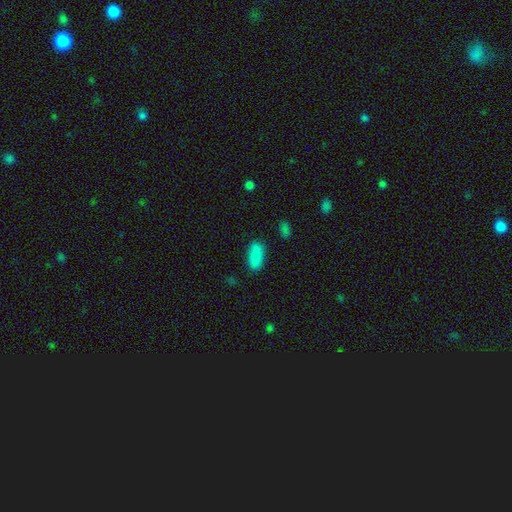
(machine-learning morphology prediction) Smooth or featured? smooth (88%)
How rounded? in between (86%)
Merging? none (82%)